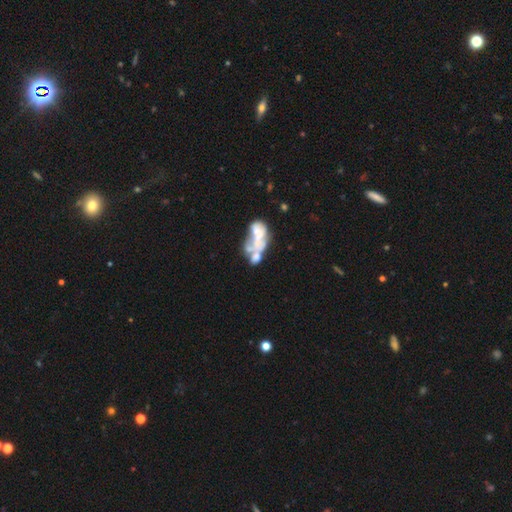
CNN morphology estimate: Smooth or featured: featured or disk — 60% (smooth — 28%)
Edge-on disk: no — 97% (yes — 3%)
Bar: no — 92% (weak — 5%)
Spiral arms: no — 93% (yes — 7%)
Bulge size: none — 67% (moderate — 14%)
Merging: merger — 50% (major disturbance — 23%)